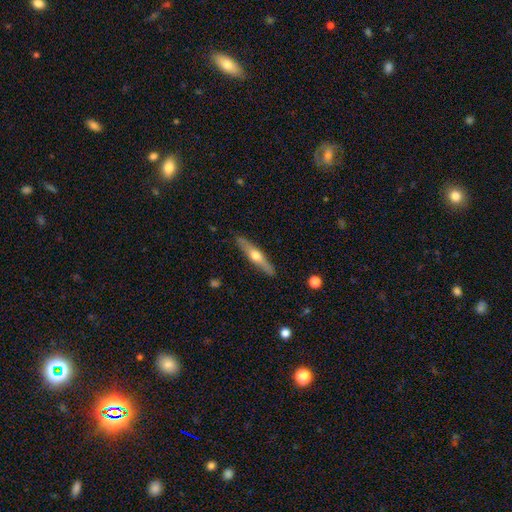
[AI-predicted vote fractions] smooth-or-featured: featured or disk: 59% | smooth: 36% | star or artifact: 5%
  disk-edge-on: yes: 93% | no: 7%
    edge-on-bulge: rounded: 91% | none: 5% | boxy: 3%
  merging: none: 88% | minor disturbance: 9% | major disturbance: 2% | merger: 1%